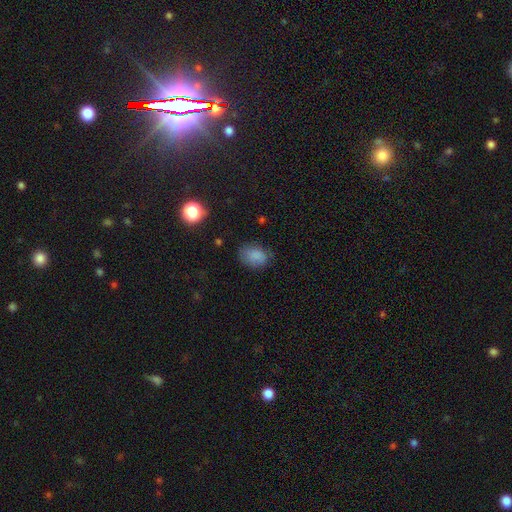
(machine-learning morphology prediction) type=smooth (82%); roundness=in between (73%); merging=none (67%).